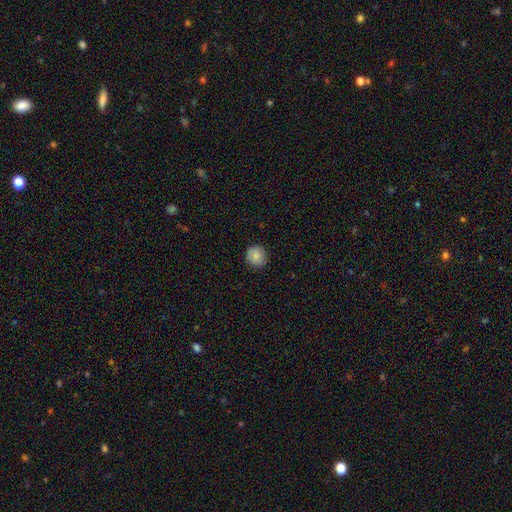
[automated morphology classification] type=smooth (84%); roundness=round (91%); merging=none (89%).